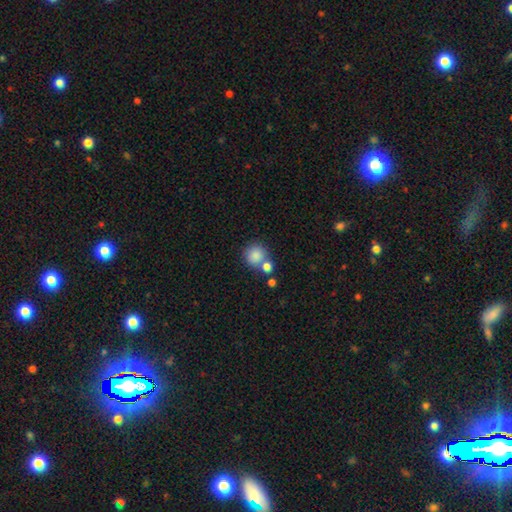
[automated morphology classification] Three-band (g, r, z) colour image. It shows a smooth galaxy with no disk features (84%) that is round (89%). Merging: none (58%).